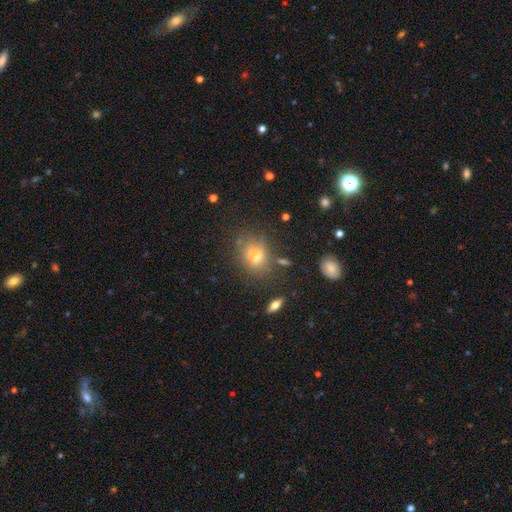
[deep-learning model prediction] Smooth or featured: smooth — 69% (star or artifact — 16%)
How rounded: in between — 53% (round — 45%)
Merging: none — 66% (minor disturbance — 19%)